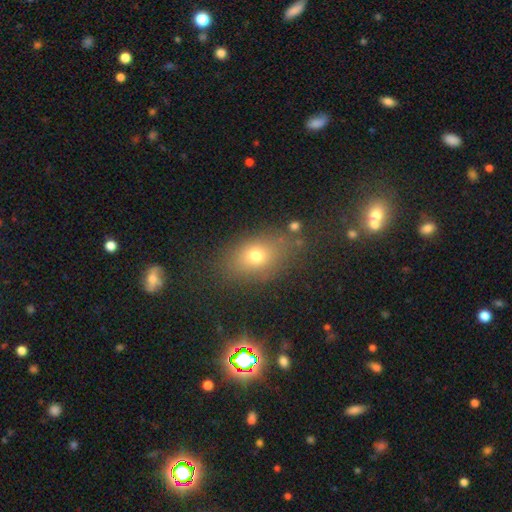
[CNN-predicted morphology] Smooth or featured: smooth — 71% (star or artifact — 16%)
How rounded: in between — 70% (round — 28%)
Merging: none — 76% (minor disturbance — 14%)